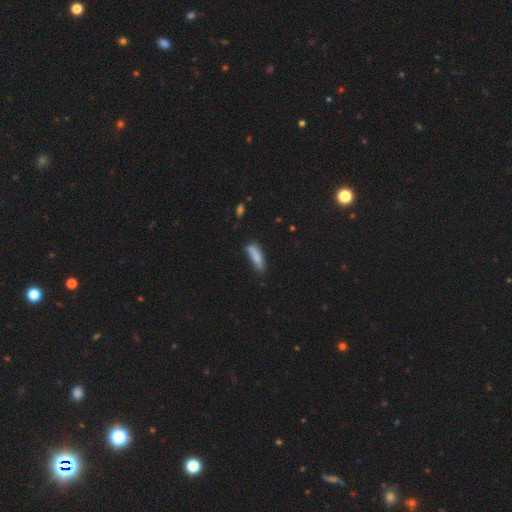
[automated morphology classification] A smooth galaxy with no disk features (76%) that is cigar-shaped (62%). Merging: none (55%).